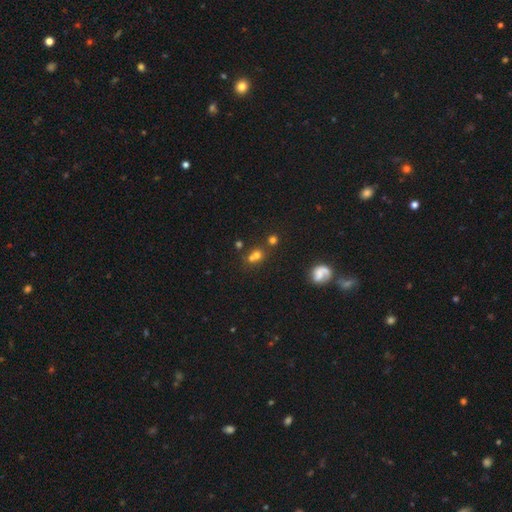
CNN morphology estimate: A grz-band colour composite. It shows a smooth galaxy with no disk features (58%) that is round (76%). Merging: none (46%).